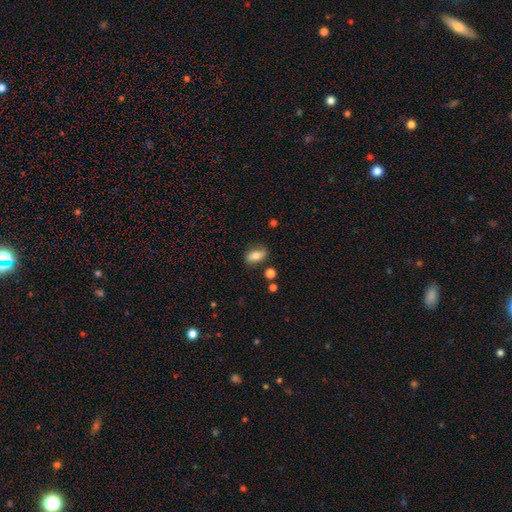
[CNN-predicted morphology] smooth 77%, featured or disk 14%, star or artifact 9%. Down the decision tree: how rounded — in between (85%); merging — none (79%).